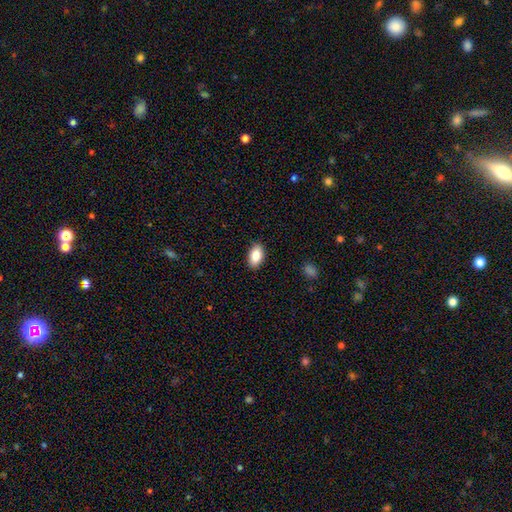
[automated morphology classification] Smooth or featured: smooth — 86% (star or artifact — 7%)
How rounded: in between — 93% (round — 5%)
Merging: none — 88% (minor disturbance — 9%)